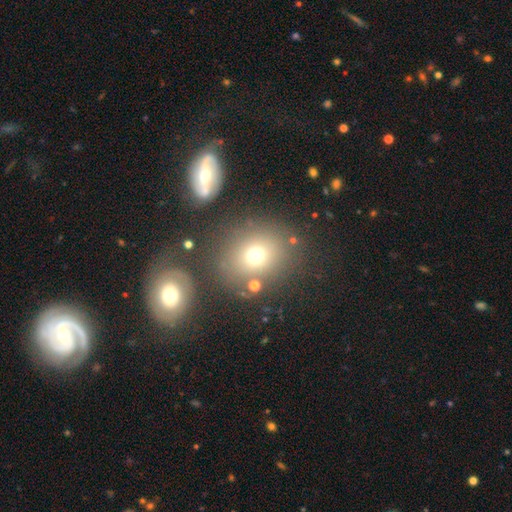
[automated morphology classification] This appears to be a smooth galaxy with no disk features (69%) that is round (74%). Merging: none (74%).